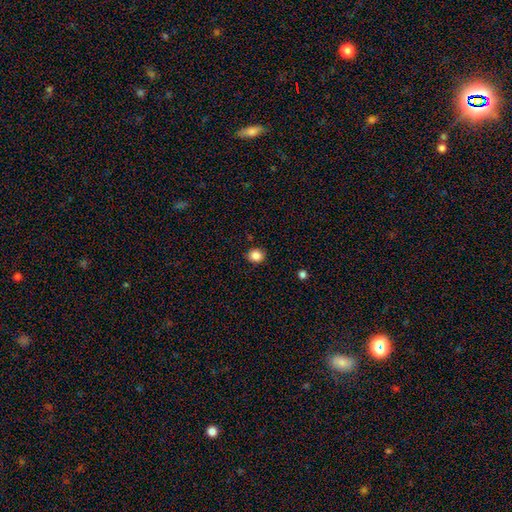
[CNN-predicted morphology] Smooth or featured: smooth — 86% (star or artifact — 10%)
How rounded: round — 78% (in between — 21%)
Merging: none — 90% (minor disturbance — 7%)